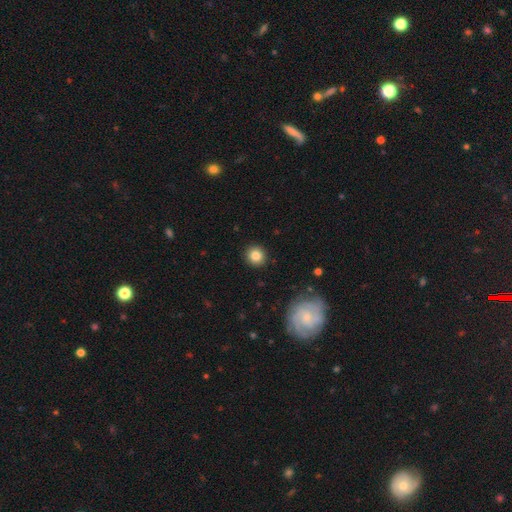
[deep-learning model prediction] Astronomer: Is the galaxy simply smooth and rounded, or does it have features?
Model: smooth — 83%.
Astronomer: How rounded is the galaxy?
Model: round — 92%.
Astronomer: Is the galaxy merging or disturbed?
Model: none — 92%.